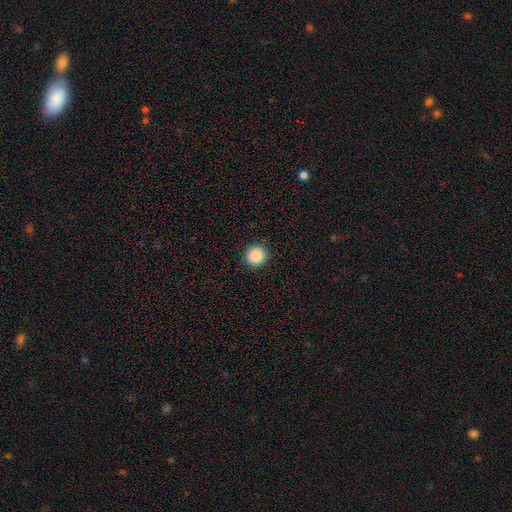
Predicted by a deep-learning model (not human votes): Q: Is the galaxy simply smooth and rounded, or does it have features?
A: smooth — 88%.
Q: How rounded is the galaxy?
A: round — 95%.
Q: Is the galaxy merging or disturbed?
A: none — 93%.